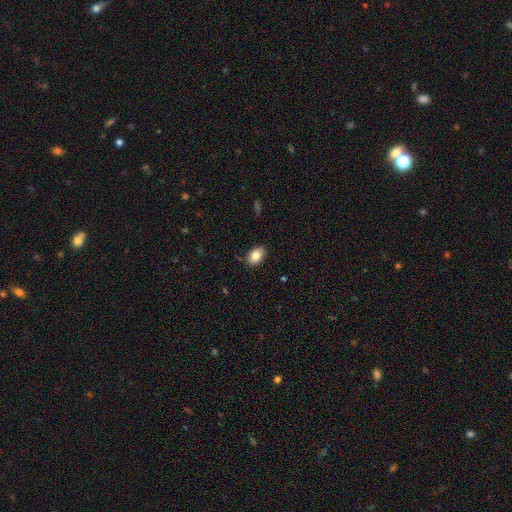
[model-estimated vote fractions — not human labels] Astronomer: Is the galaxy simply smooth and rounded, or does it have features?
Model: smooth — 83%.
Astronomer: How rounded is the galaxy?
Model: in between — 83%.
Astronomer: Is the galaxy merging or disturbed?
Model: none — 87%.